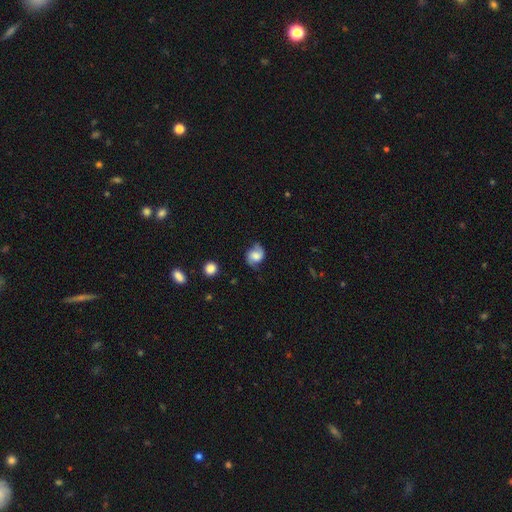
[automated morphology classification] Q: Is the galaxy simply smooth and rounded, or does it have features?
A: featured or disk — 58%.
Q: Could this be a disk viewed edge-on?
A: no — 97%.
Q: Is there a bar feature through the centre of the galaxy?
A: no — 58%.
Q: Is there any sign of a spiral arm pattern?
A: yes — 92%.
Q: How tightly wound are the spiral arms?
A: loose — 41%, tied with medium.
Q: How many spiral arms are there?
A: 2 — 88%.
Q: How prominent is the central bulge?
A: large — 32%.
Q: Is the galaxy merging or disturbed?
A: none — 67%.